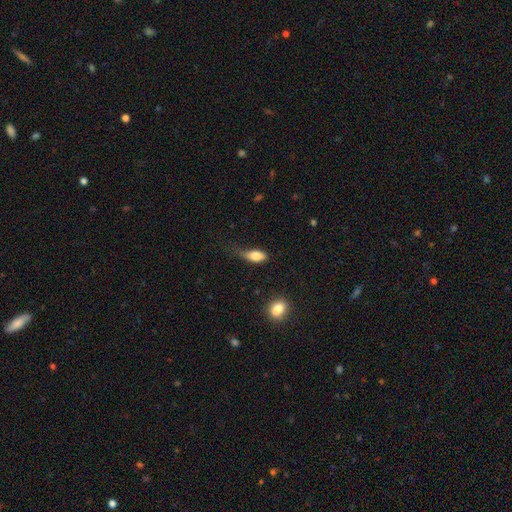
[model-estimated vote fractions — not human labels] This is likely a smooth galaxy (79%). How rounded: clearly in between (82%). Merging: marginally minor disturbance (40%).